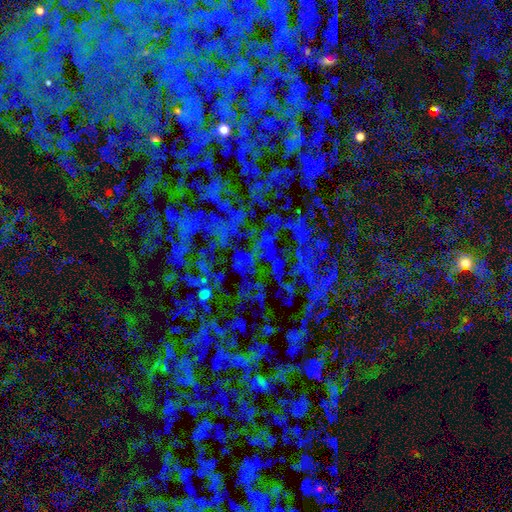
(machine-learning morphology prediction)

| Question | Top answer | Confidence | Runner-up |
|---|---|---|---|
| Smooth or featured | star or artifact | 78% | smooth (13%) |